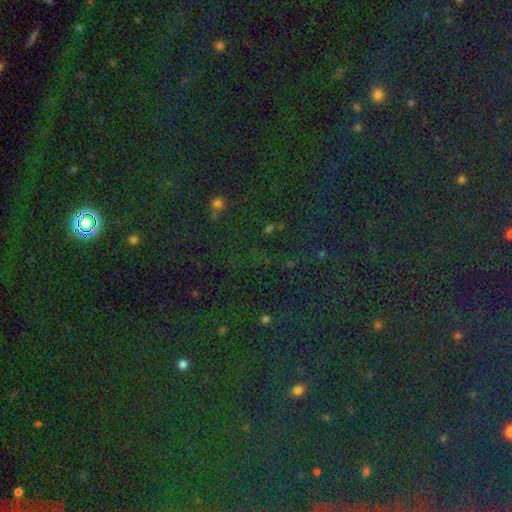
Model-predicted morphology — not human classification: Overall: star or artifact (80%).